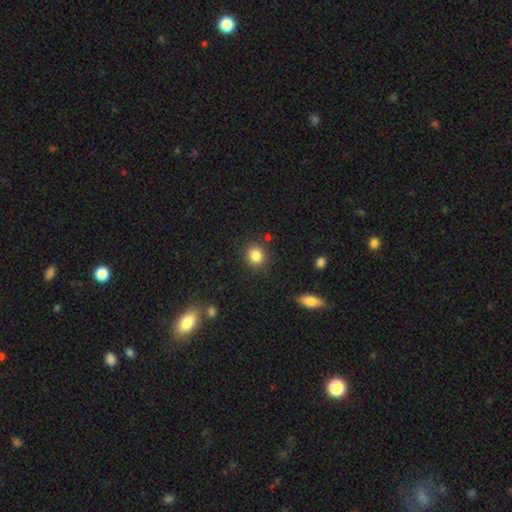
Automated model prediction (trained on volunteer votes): smooth 85%, star or artifact 10%, featured or disk 5%. Down the decision tree: how rounded — round (79%); merging — none (87%).